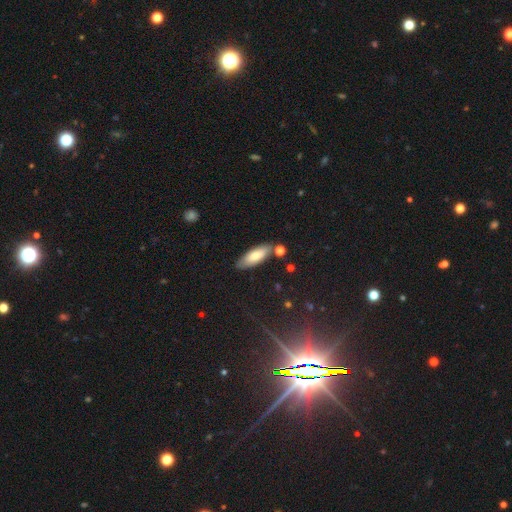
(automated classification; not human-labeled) Smooth or featured?
  - smooth: 73% *
  - featured or disk: 20%
  - star or artifact: 7%
How rounded?
  - in between: 65% *
  - cigar-shaped: 34%
  - round: 2%
Merging?
  - none: 78% *
  - minor disturbance: 13%
  - merger: 6%
  - major disturbance: 3%